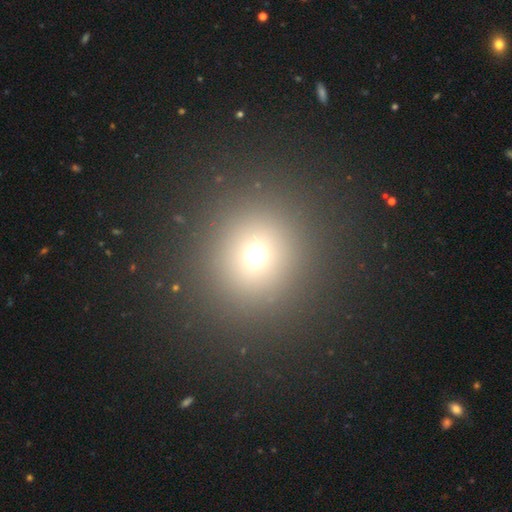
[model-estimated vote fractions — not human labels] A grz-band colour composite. It shows a smooth galaxy with no disk features (66%) that is round (92%). Merging: none (91%).